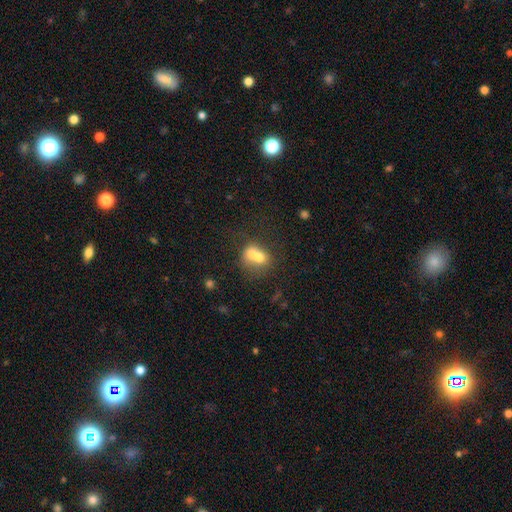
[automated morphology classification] A smooth galaxy with no disk features (62%) that is round (57%).

Vote fractions:
- Smooth or featured? smooth: 62% / featured or disk: 27% / star or artifact: 11%
- How rounded? round: 57% / in between: 42% / cigar-shaped: 1%
- Merging? merger: 68% / none: 20% / minor disturbance: 7% / major disturbance: 5%